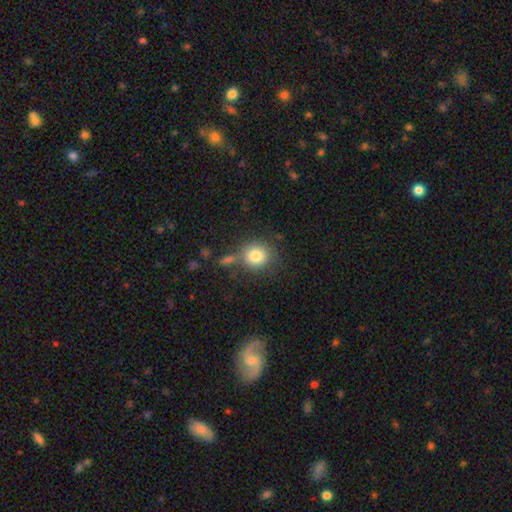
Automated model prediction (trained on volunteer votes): A smooth galaxy with no disk features (82%) that is round (85%).

Vote fractions:
- Smooth or featured? smooth: 82% / star or artifact: 9% / featured or disk: 8%
- How rounded? round: 85% / in between: 14% / cigar-shaped: 1%
- Merging? none: 66% / merger: 14% / minor disturbance: 14% / major disturbance: 6%